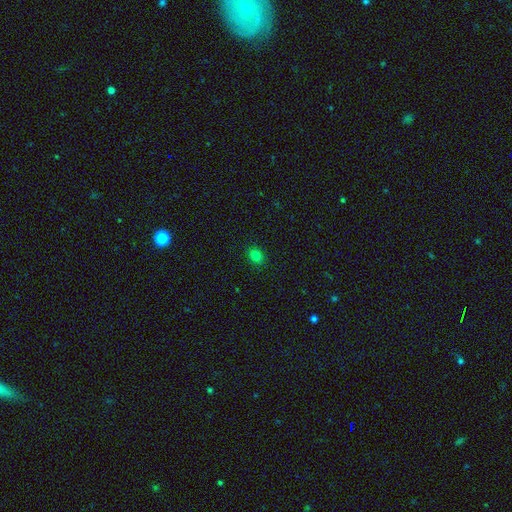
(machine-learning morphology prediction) Q: Smooth or featured?
A: smooth (80%); runner-up: star or artifact (16%)
Q: How rounded?
A: round (59%); runner-up: in between (40%)
Q: Merging?
A: none (89%); runner-up: minor disturbance (8%)